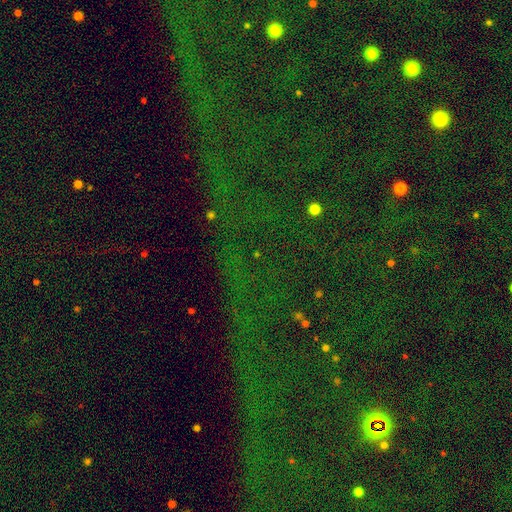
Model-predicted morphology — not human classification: This is clearly a star or artifact rather than a galaxy (81%).